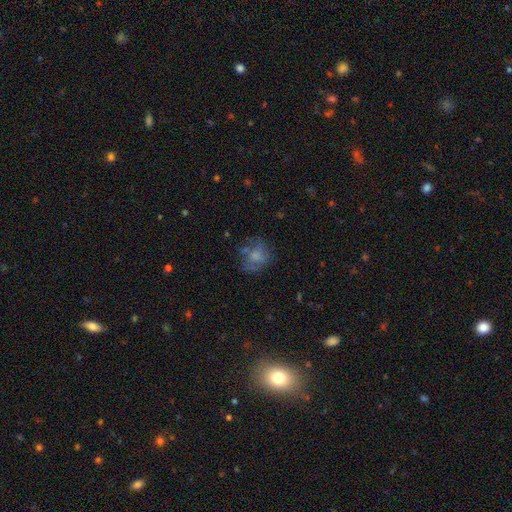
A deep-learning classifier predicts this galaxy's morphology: Overall: smooth (58%; featured or disk 30%). How rounded: round (69%; in between 30%). Merging: none (54%; minor disturbance 22%).